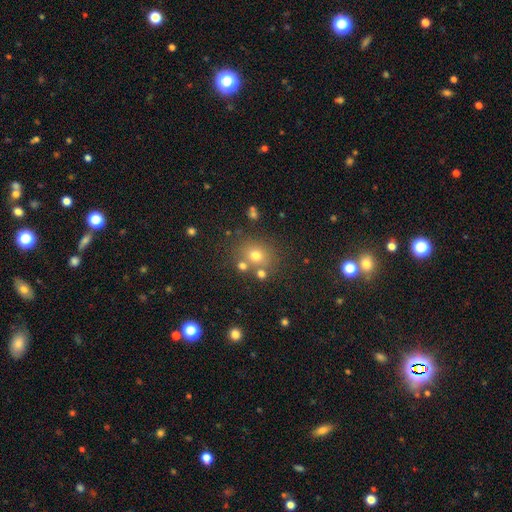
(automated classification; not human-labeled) Smooth or featured? Predicted: smooth (p=0.68). How rounded? Predicted: round (p=0.78). Merging? Predicted: none (p=0.71).